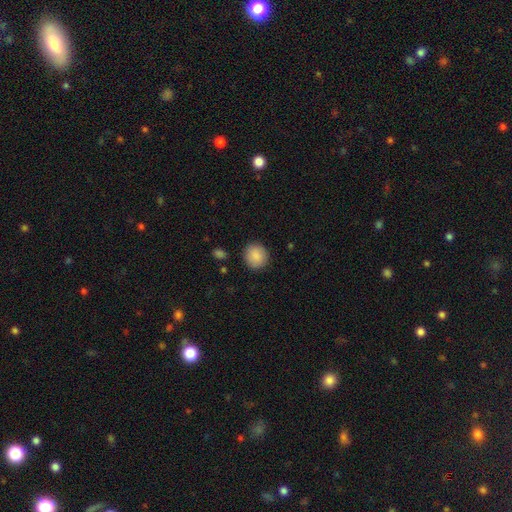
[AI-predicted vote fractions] The model was most divided on "how rounded": round: 85%, in between: 14%, cigar-shaped: 1%. More confident: smooth or featured — smooth (89%); merging — none (89%).